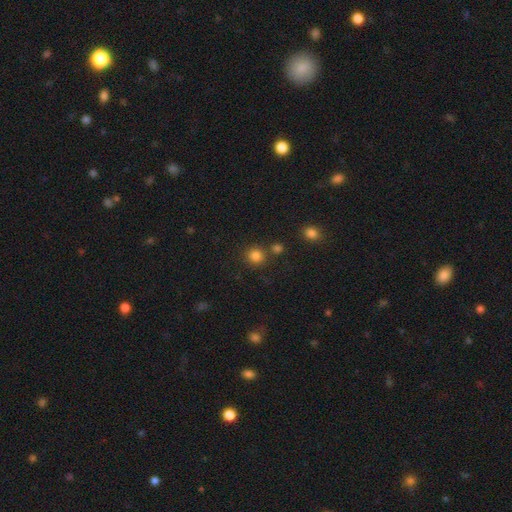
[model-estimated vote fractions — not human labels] The model was most divided on "merging": none: 77%, merger: 12%, minor disturbance: 8%, major disturbance: 3%. More confident: how rounded — round (91%); smooth or featured — smooth (82%).